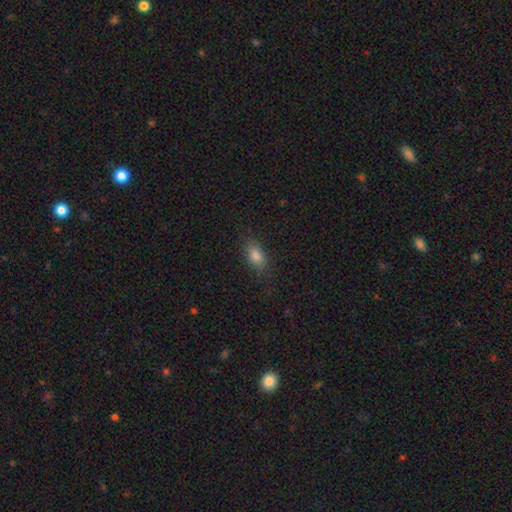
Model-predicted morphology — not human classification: Smooth or featured: smooth — 80% (star or artifact — 10%)
How rounded: in between — 83% (cigar-shaped — 9%)
Merging: none — 82% (minor disturbance — 13%)